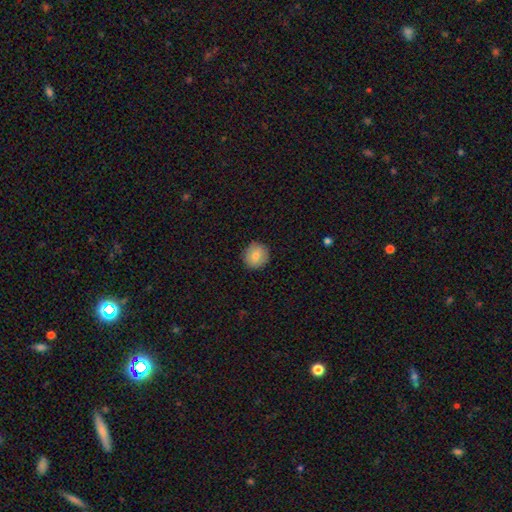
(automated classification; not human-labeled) A smooth galaxy with no disk features (82%) that is round (92%).

Vote fractions:
- Smooth or featured? smooth: 82% / featured or disk: 10% / star or artifact: 8%
- How rounded? round: 92% / in between: 7% / cigar-shaped: 1%
- Merging? none: 90% / minor disturbance: 7% / major disturbance: 2% / merger: 1%